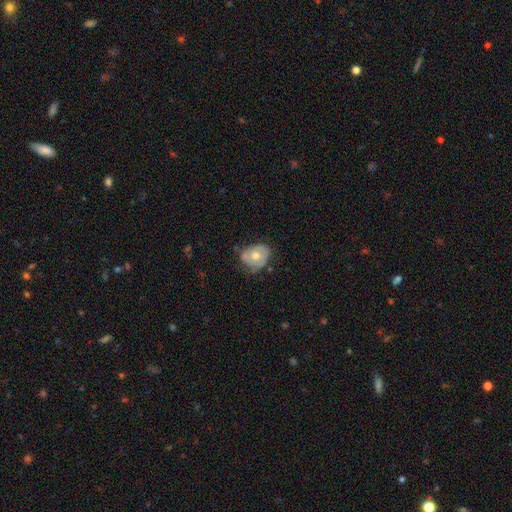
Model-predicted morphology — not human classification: Smooth or featured?
  - featured or disk: 52% *
  - smooth: 41%
  - star or artifact: 8%
Edge-on disk?
  - no: 96% *
  - yes: 4%
Merging?
  - none: 52% *
  - minor disturbance: 33%
  - major disturbance: 11%
  - merger: 4%